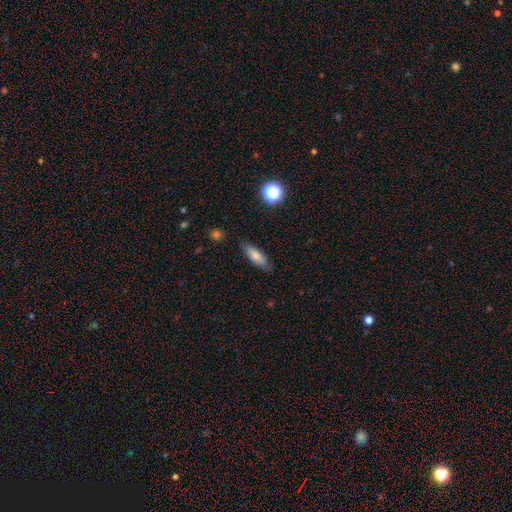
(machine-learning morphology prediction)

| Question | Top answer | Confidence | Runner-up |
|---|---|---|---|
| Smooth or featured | smooth | 76% | featured or disk (16%) |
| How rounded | in between | 51% | cigar-shaped (47%) |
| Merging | none | 82% | minor disturbance (14%) |